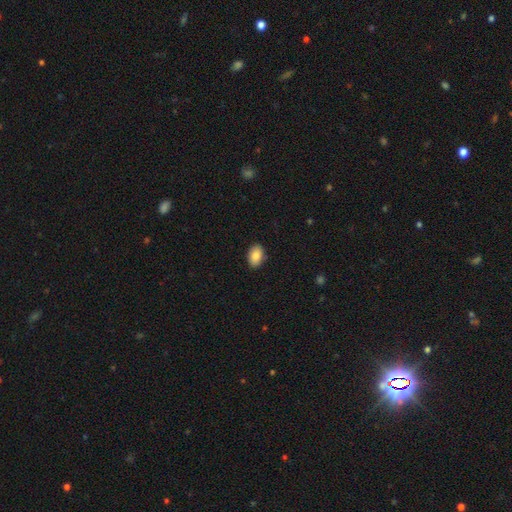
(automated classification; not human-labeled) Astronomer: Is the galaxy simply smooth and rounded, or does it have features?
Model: smooth — 86%.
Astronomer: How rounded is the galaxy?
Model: in between — 89%.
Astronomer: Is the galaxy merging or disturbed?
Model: none — 88%.